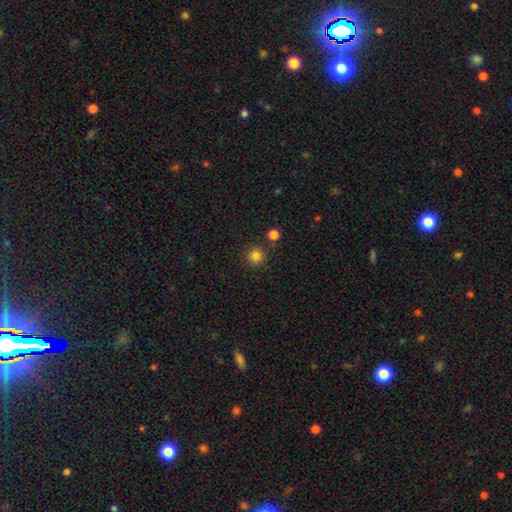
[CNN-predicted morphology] A smooth galaxy with no disk features (83%) that is round (95%).

Vote fractions:
- Smooth or featured? smooth: 83% / star or artifact: 13% / featured or disk: 4%
- How rounded? round: 95% / in between: 4% / cigar-shaped: 1%
- Merging? none: 86% / minor disturbance: 6% / merger: 5% / major disturbance: 2%